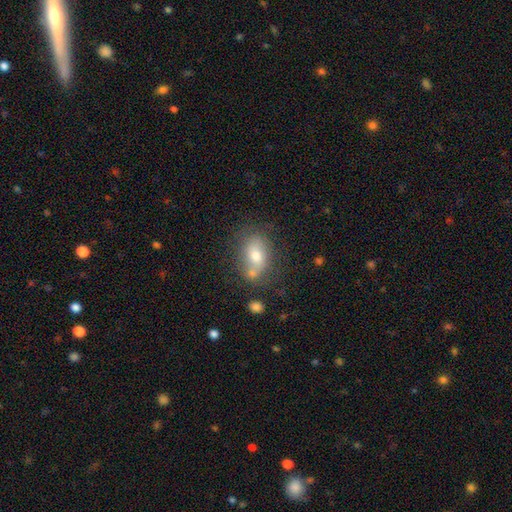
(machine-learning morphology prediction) A smooth galaxy with no disk features (64%) that is in between round and cigar-shaped (78%). Merging: none (55%).